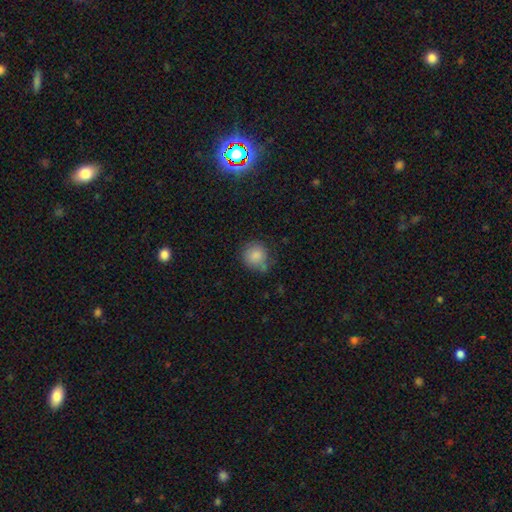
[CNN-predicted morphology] Smooth or featured: smooth — 86% (star or artifact — 8%)
How rounded: round — 88% (in between — 11%)
Merging: none — 68% (minor disturbance — 21%)